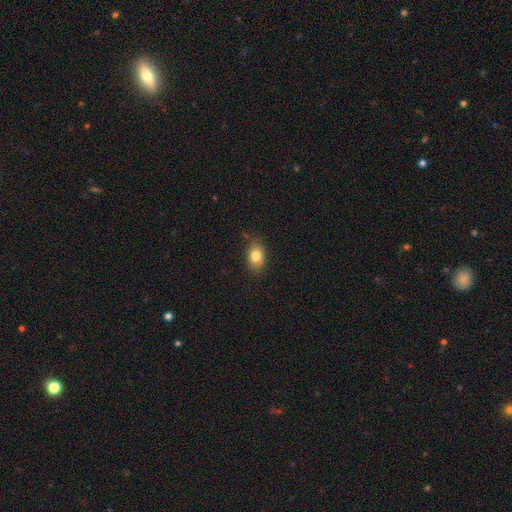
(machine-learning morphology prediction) The model was most divided on "how rounded": in between: 78%, round: 20%, cigar-shaped: 2%. More confident: smooth or featured — smooth (80%); merging — none (76%).